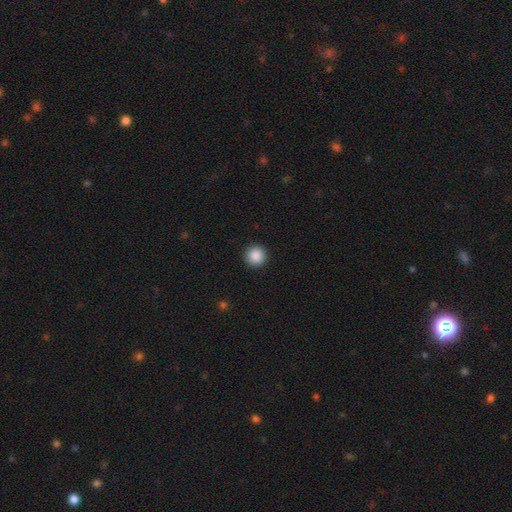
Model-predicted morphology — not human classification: Smooth or featured?
  - smooth: 89% *
  - star or artifact: 8%
  - featured or disk: 3%
How rounded?
  - round: 95% *
  - in between: 4%
  - cigar-shaped: 1%
Merging?
  - none: 93% *
  - minor disturbance: 5%
  - major disturbance: 2%
  - merger: 1%